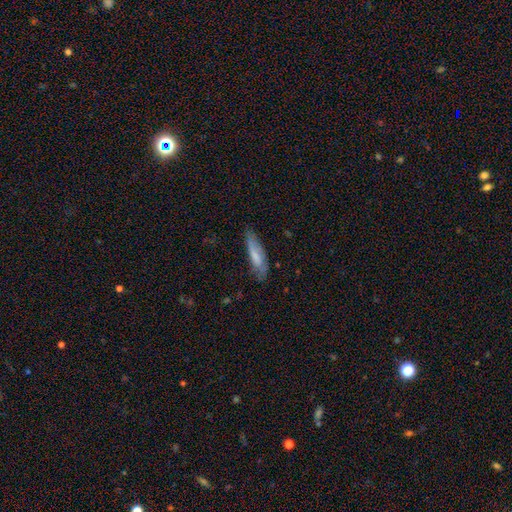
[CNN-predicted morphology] smooth_or_featured: smooth (p=0.68) [alt: featured or disk p=0.25]
how_rounded: cigar-shaped (p=0.66) [alt: in between p=0.32]
merging: none (p=0.65) [alt: minor disturbance p=0.26]